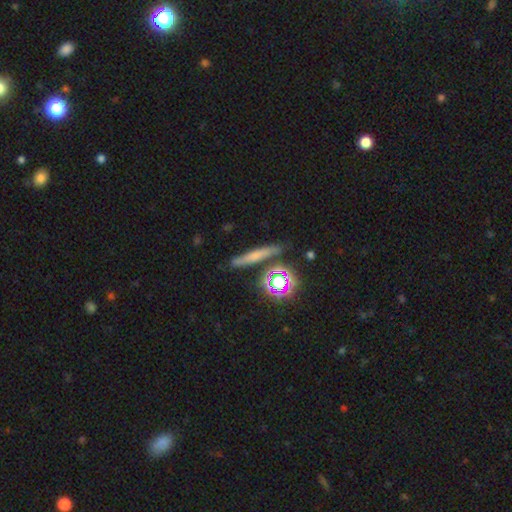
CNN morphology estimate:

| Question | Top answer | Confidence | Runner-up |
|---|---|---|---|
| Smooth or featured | smooth | 53% | featured or disk (25%) |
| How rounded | cigar-shaped | 76% | round (15%) |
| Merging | none | 81% | minor disturbance (11%) |